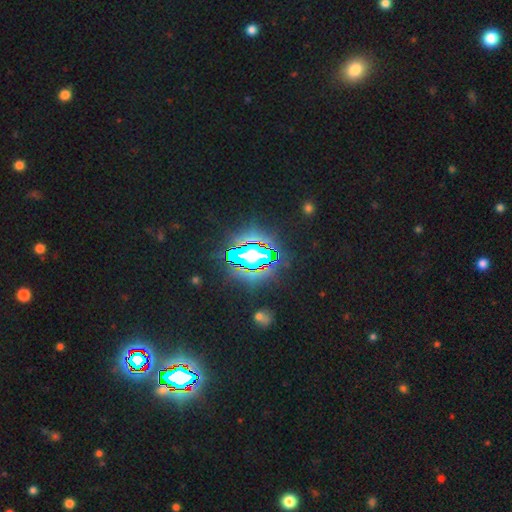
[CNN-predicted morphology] Overall: star or artifact (71%).